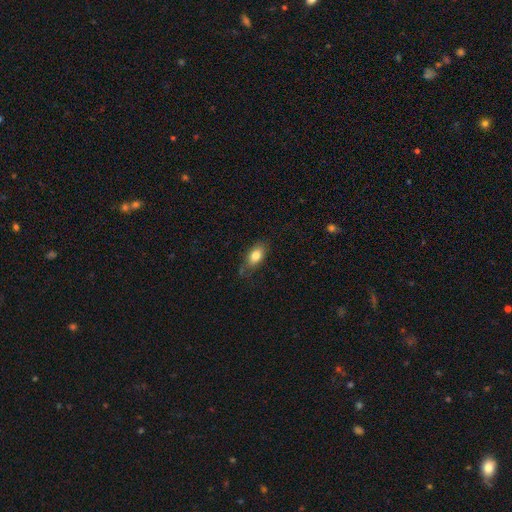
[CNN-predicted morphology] A smooth galaxy with no disk features (78%) that is in between round and cigar-shaped (86%). Merging: none (67%).